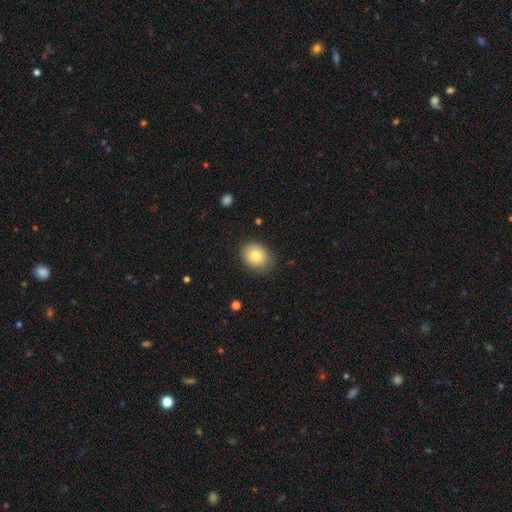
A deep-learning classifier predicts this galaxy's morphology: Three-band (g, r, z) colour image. It shows a smooth galaxy with no disk features (78%) that is round (50%). Merging: none (81%).